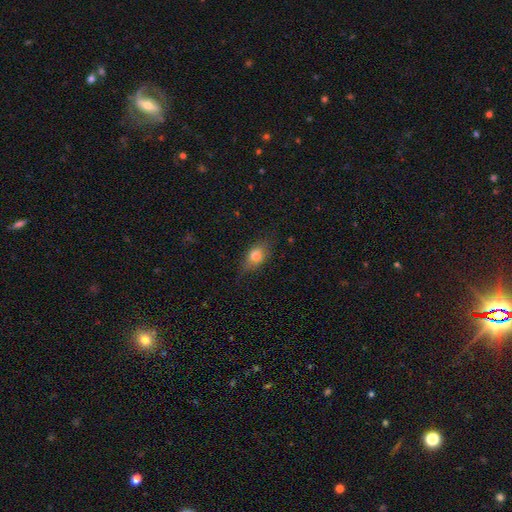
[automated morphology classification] The model was most divided on "merging": none: 72%, minor disturbance: 21%, major disturbance: 6%, merger: 1%. More confident: how rounded — in between (78%); smooth or featured — smooth (71%).